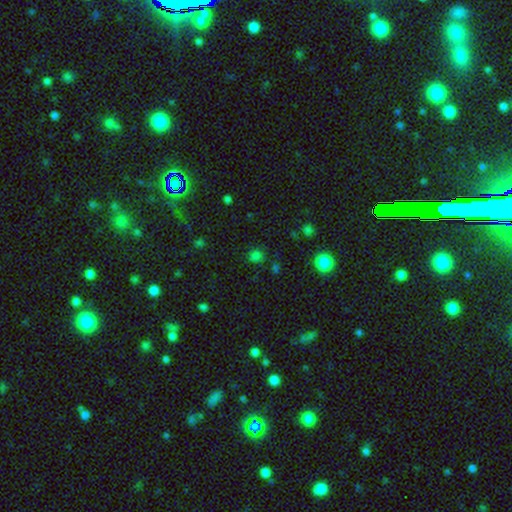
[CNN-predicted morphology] Q: Smooth or featured?
A: smooth (69%); runner-up: star or artifact (26%)
Q: How rounded?
A: round (80%); runner-up: in between (19%)
Q: Merging?
A: none (79%); runner-up: minor disturbance (13%)